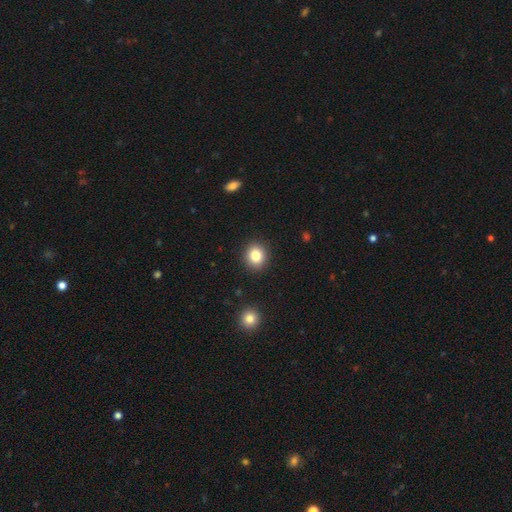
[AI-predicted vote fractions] Smooth or featured: smooth — 82% (star or artifact — 11%)
How rounded: round — 79% (in between — 20%)
Merging: none — 90% (minor disturbance — 6%)